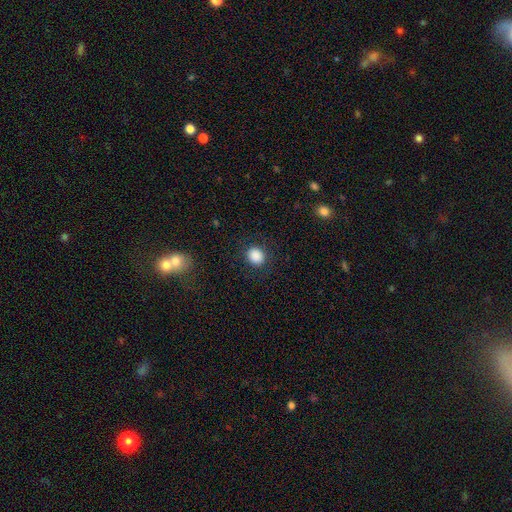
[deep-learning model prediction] A smooth galaxy with no disk features (87%) that is round (77%). Merging: none (88%).